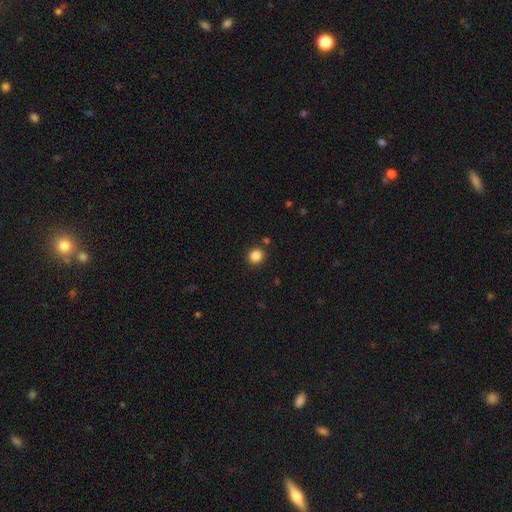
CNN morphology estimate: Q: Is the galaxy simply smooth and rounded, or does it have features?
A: smooth — 85%.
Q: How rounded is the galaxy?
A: round — 90%.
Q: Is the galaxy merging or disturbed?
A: none — 88%.